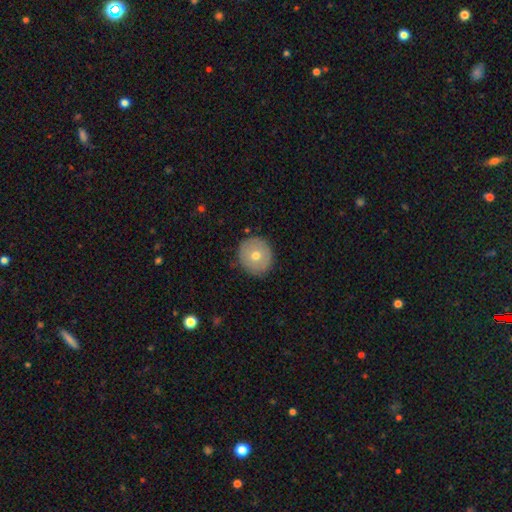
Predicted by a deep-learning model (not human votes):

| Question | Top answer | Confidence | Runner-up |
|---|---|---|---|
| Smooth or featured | smooth | 66% | featured or disk (25%) |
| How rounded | round | 90% | in between (9%) |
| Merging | none | 88% | minor disturbance (9%) |